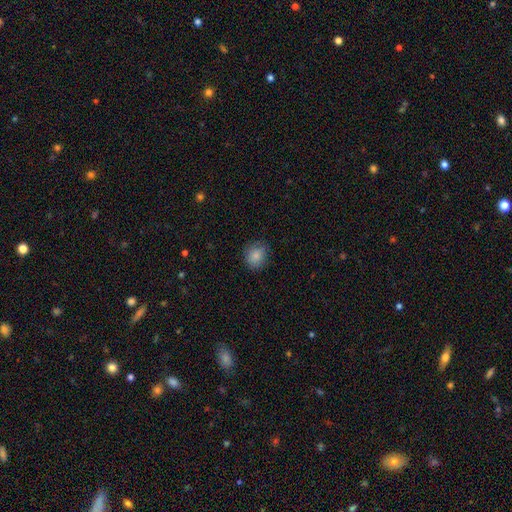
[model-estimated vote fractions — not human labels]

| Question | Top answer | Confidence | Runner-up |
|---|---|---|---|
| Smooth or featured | smooth | 86% | star or artifact (9%) |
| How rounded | round | 77% | in between (22%) |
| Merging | none | 82% | minor disturbance (14%) |